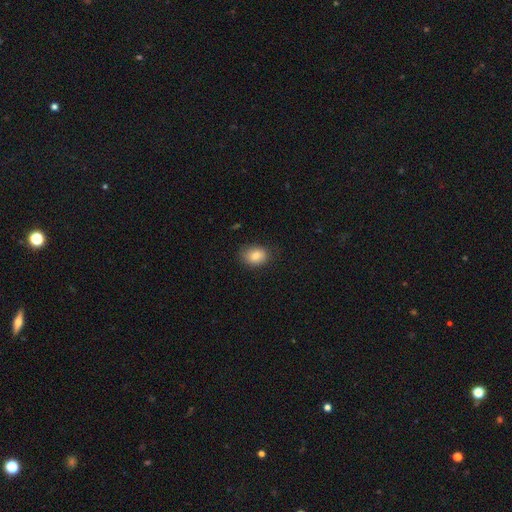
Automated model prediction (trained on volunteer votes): Smooth or featured?
  - smooth: 82% *
  - featured or disk: 9%
  - star or artifact: 9%
How rounded?
  - in between: 65% *
  - round: 34%
  - cigar-shaped: 1%
Merging?
  - none: 78% *
  - minor disturbance: 17%
  - major disturbance: 4%
  - merger: 1%